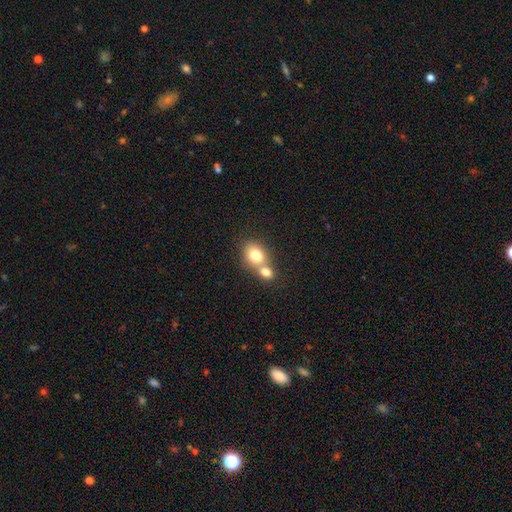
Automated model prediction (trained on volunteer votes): Smooth or featured: smooth — 77% (featured or disk — 13%)
How rounded: round — 52% (in between — 47%)
Merging: merger — 57% (none — 33%)